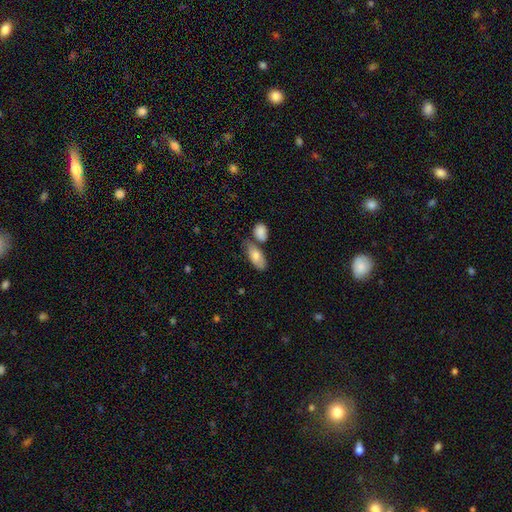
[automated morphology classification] Smooth or featured? smooth (80%)
How rounded? in between (87%)
Merging? none (55%)